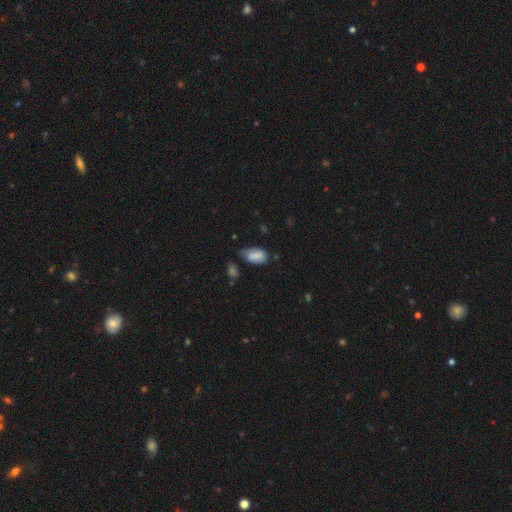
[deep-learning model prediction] A smooth galaxy with no disk features (77%) that is in between round and cigar-shaped (91%).

Vote fractions:
- Smooth or featured? smooth: 77% / featured or disk: 15% / star or artifact: 8%
- How rounded? in between: 91% / round: 7% / cigar-shaped: 2%
- Merging? none: 45% / minor disturbance: 38% / major disturbance: 12% / merger: 5%